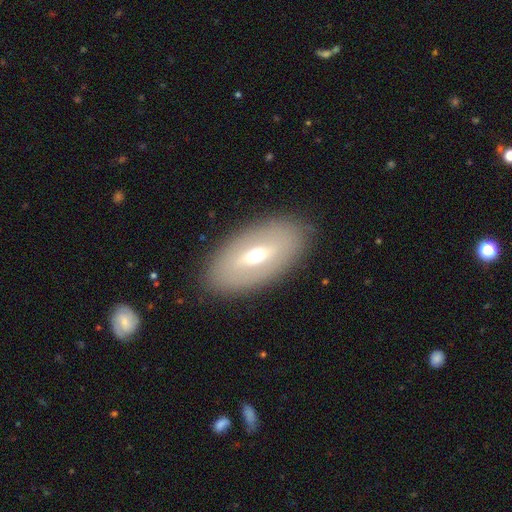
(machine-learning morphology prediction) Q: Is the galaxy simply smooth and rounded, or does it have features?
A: featured or disk — 49%.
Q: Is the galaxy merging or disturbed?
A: none — 87%.